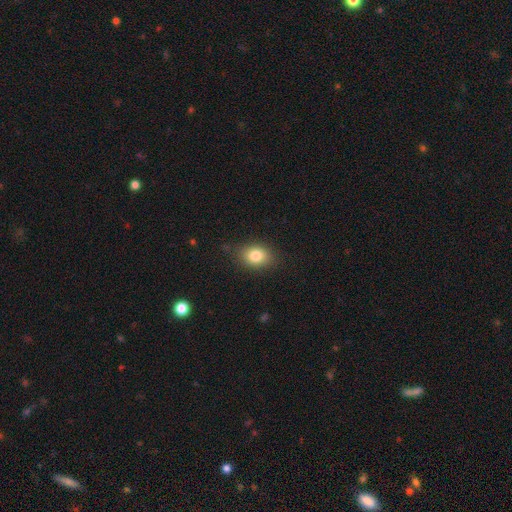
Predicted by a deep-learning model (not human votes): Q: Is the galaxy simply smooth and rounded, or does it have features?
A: smooth — 81%.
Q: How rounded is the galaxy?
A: in between — 65%.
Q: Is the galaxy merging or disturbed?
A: none — 81%.